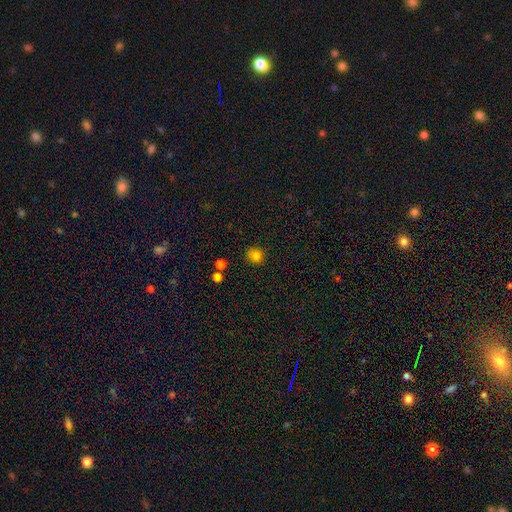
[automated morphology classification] Smooth or featured: smooth — 82% (star or artifact — 13%)
How rounded: round — 87% (in between — 12%)
Merging: none — 85% (minor disturbance — 9%)